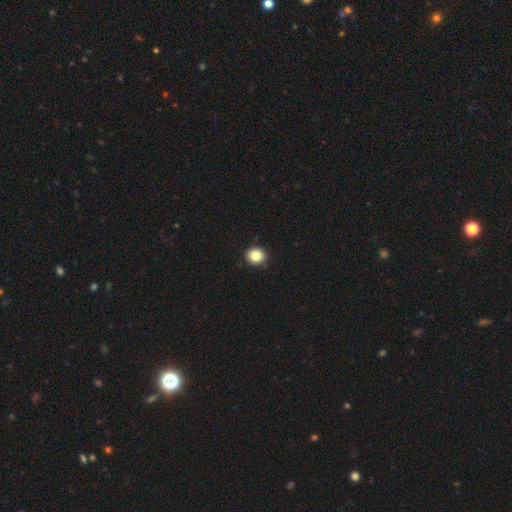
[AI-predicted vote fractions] Smooth or featured?
  - smooth: 84% *
  - star or artifact: 10%
  - featured or disk: 6%
How rounded?
  - round: 86% *
  - in between: 13%
  - cigar-shaped: 1%
Merging?
  - none: 92% *
  - minor disturbance: 6%
  - major disturbance: 1%
  - merger: 1%